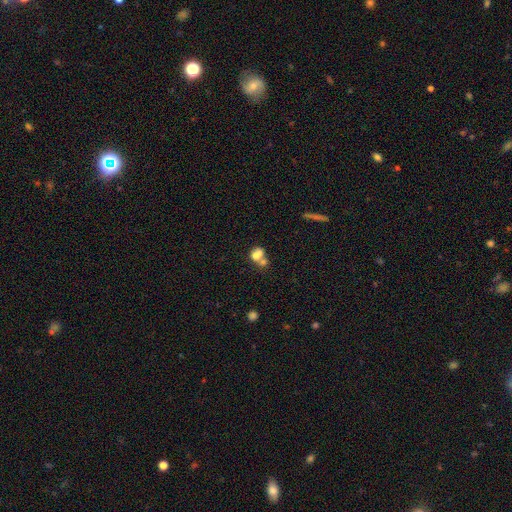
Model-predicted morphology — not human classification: Smooth or featured: smooth — 69% (featured or disk — 19%)
How rounded: in between — 51% (round — 47%)
Merging: merger — 62% (none — 25%)